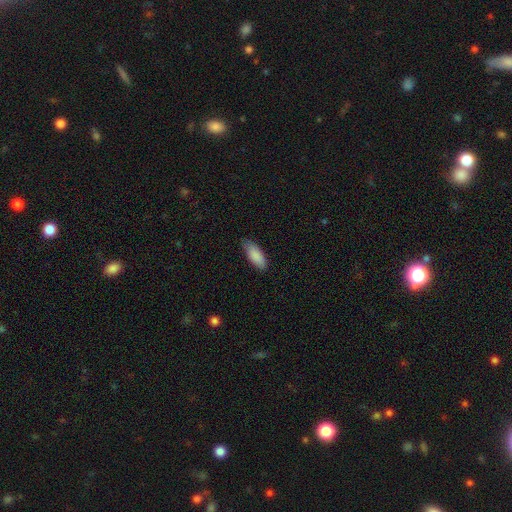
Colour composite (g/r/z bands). It shows a smooth galaxy with no disk features (95%) that is in between round and cigar-shaped (87%). Merging: none (82%).